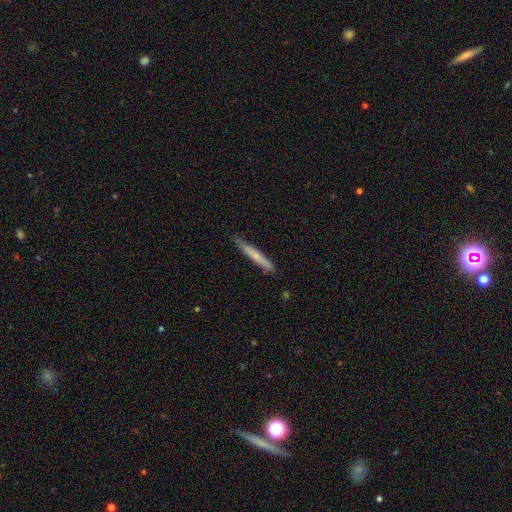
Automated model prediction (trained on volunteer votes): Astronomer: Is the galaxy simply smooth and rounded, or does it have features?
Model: smooth — 63%.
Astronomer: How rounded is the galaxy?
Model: cigar-shaped — 96%.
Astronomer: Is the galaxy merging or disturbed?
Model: none — 83%.